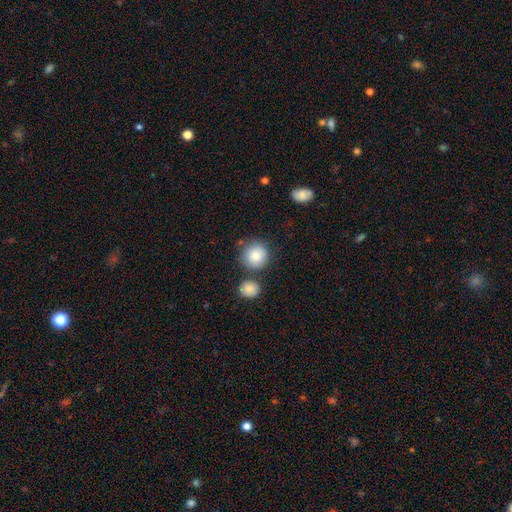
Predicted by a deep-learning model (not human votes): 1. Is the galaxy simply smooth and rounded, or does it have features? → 85% smooth, 8% star or artifact, 7% featured or disk.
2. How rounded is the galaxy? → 92% round, 7% in between, 1% cigar-shaped.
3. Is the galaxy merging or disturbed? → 72% none, 13% merger, 11% minor disturbance, 3% major disturbance.